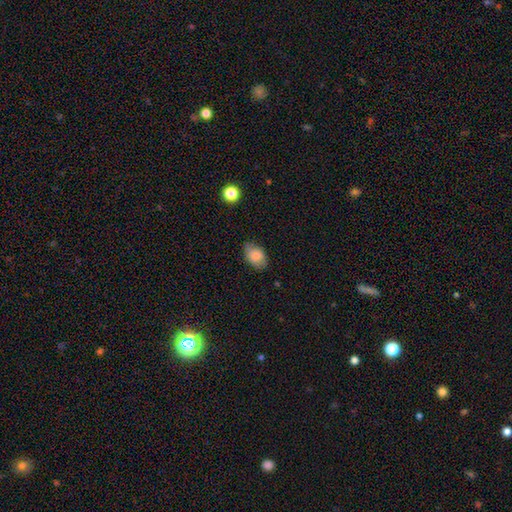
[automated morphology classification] A smooth galaxy with no disk features (82%) that is in between round and cigar-shaped (85%). Merging: none (72%).